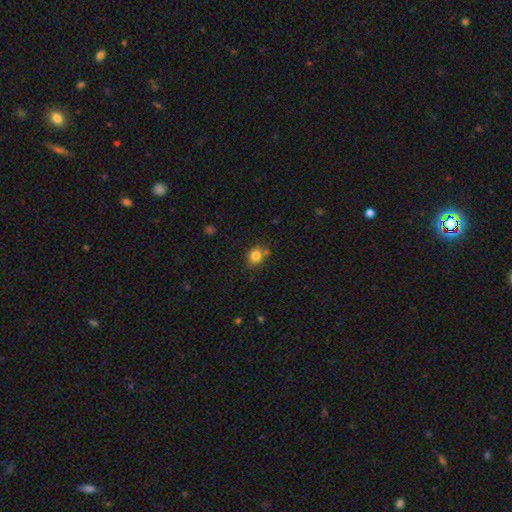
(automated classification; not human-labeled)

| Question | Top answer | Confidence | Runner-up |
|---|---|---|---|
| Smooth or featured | smooth | 82% | star or artifact (11%) |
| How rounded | round | 71% | in between (28%) |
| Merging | none | 69% | minor disturbance (17%) |